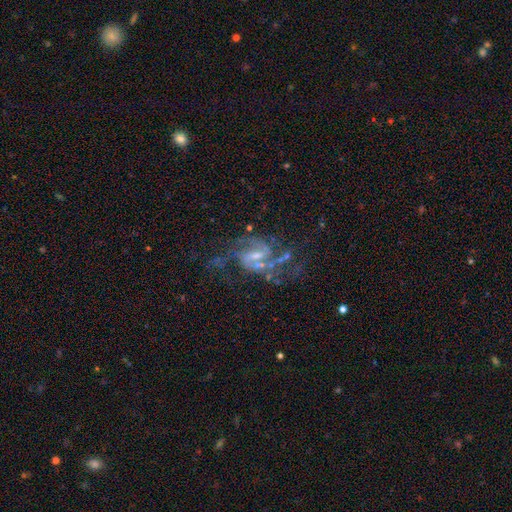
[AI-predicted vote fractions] Overall: featured or disk (86%). Edge-on disk: no (97%). Bar: weak (54%; strong 25%). Spiral arms: yes (94%). Spiral arm count: 2 (63%). Spiral winding: medium (52%; loose 29%). Bulge size: small (53%; moderate 32%). Merging: none (54%; major disturbance 24%).